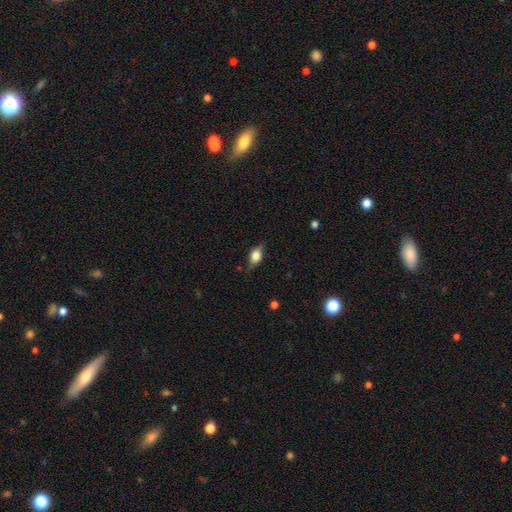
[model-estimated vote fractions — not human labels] A smooth galaxy with no disk features (54%) that is in between round and cigar-shaped (74%). Merging: none (73%).